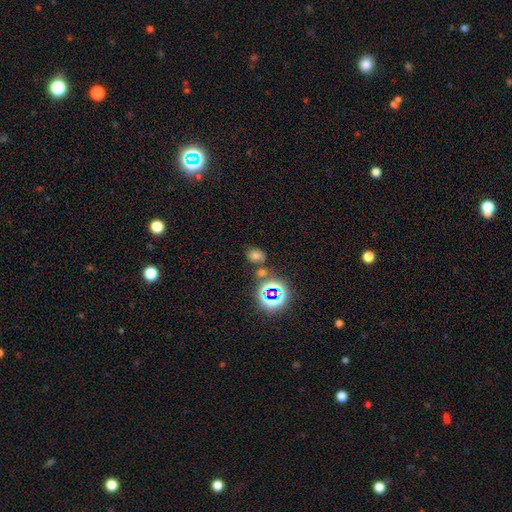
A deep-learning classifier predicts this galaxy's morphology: smooth-or-featured: smooth: 58% | star or artifact: 34% | featured or disk: 8%
  how-rounded: in between: 54% | round: 45% | cigar-shaped: 1%
  merging: none: 68% | merger: 14% | minor disturbance: 13% | major disturbance: 5%